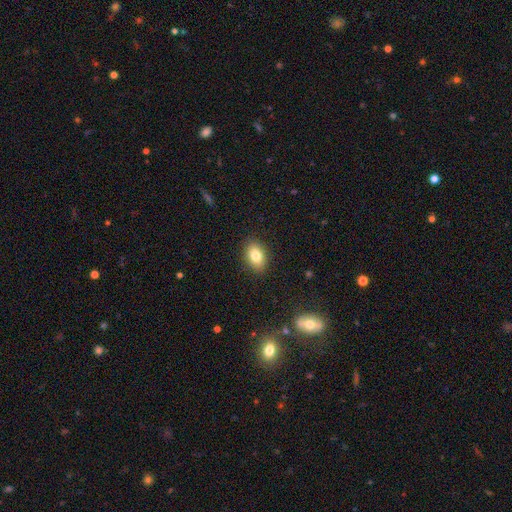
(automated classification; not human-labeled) A smooth galaxy with no disk features (81%) that is in between round and cigar-shaped (83%).

Vote fractions:
- Smooth or featured? smooth: 81% / featured or disk: 10% / star or artifact: 9%
- How rounded? in between: 83% / round: 15% / cigar-shaped: 2%
- Merging? none: 88% / minor disturbance: 8% / major disturbance: 2% / merger: 1%